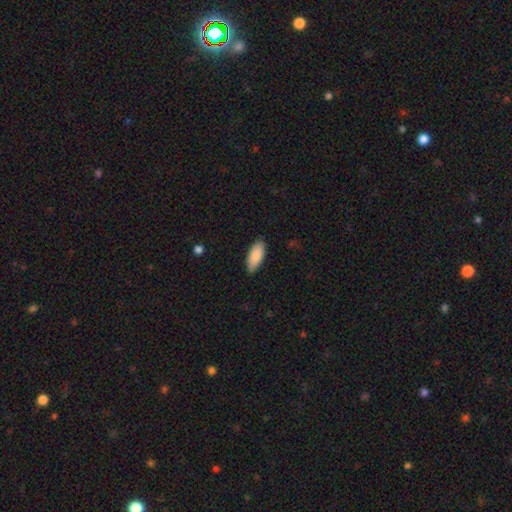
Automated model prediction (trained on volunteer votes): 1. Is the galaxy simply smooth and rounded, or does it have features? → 90% smooth, 5% star or artifact, 5% featured or disk.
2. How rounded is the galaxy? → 86% in between, 13% cigar-shaped, 2% round.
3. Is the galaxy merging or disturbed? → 86% none, 11% minor disturbance, 2% major disturbance, 1% merger.